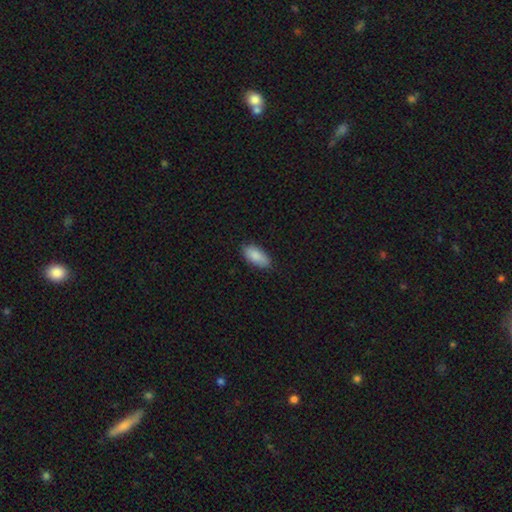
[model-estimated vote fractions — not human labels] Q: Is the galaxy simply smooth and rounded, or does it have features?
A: smooth — 88%.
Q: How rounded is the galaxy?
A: in between — 91%.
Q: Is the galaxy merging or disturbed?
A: none — 84%.